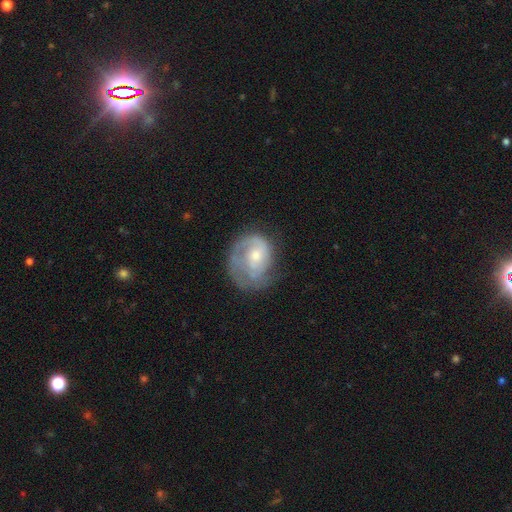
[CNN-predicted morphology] smooth-or-featured: featured or disk: 66% | smooth: 28% | star or artifact: 6%
  disk-edge-on: no: 98% | yes: 2%
    bar: no: 70% | weak: 26% | strong: 4%
    has-spiral-arms: yes: 78% | no: 22%
      spiral-winding: tight: 47% | medium: 34% | loose: 18%
      spiral-arm-count: 1: 41% | 2: 26% | can't tell: 24% | 3: 6% | 4: 2% | more than 4: 2%
    bulge-size: small: 46% | moderate: 45% | large: 4% | none: 4% | dominant: 1%
  merging: none: 47% | minor disturbance: 26% | major disturbance: 25% | merger: 2%